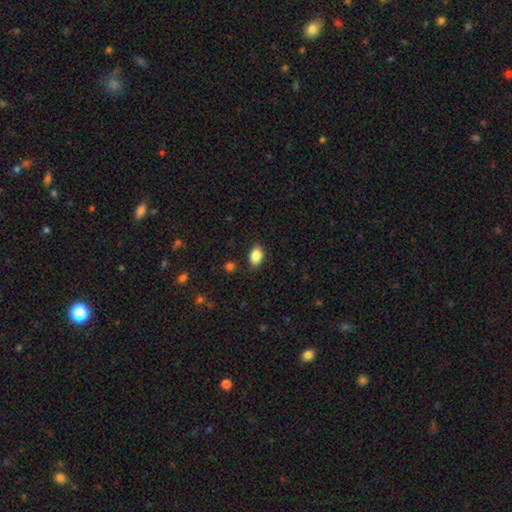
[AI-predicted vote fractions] The model was most divided on "merging": none: 82%, minor disturbance: 14%, major disturbance: 3%, merger: 2%. More confident: how rounded — in between (88%); smooth or featured — smooth (86%).